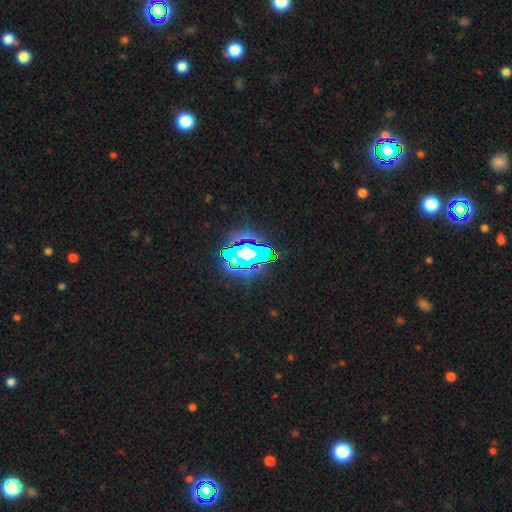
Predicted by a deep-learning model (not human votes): smooth_or_featured: star or artifact (p=0.80) [alt: smooth p=0.12]